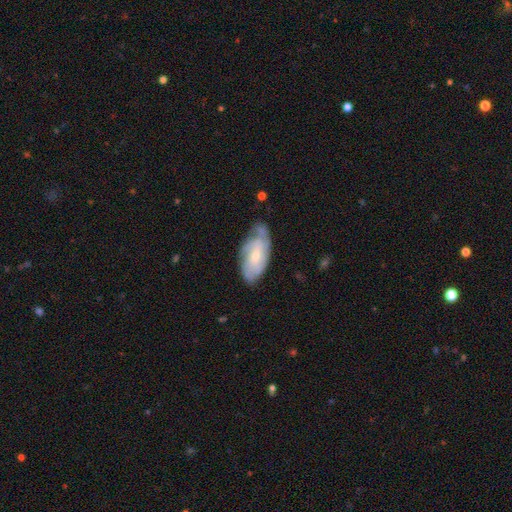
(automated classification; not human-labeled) Smooth or featured? Predicted: featured or disk (p=0.67). Edge-on disk? Predicted: no (p=0.94). Bar? Predicted: no (p=0.61). Spiral arms? Predicted: yes (p=0.88). Spiral winding? Predicted: tight (p=0.51). Spiral arm count? Predicted: can't tell (p=0.38). Bulge size? Predicted: small (p=0.56). Merging? Predicted: none (p=0.60).